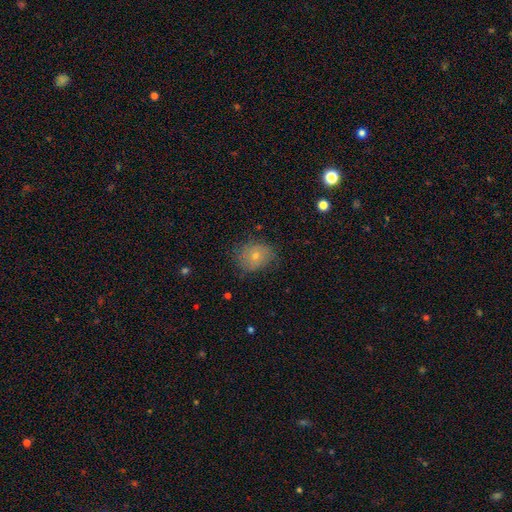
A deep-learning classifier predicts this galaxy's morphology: A smooth galaxy with no disk features (61%) that is round (57%). Merging: none (73%).